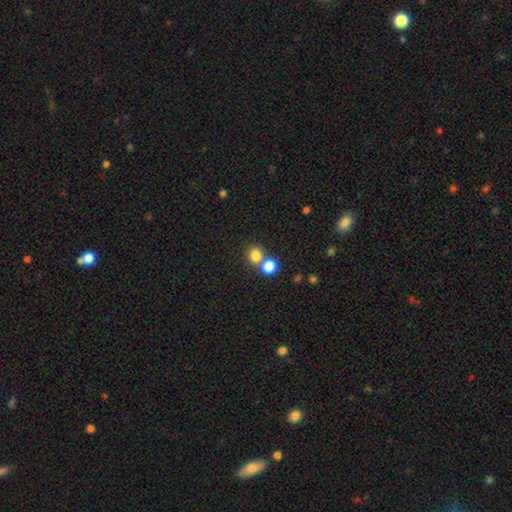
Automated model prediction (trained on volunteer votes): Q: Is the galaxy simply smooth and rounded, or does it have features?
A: smooth — 80%.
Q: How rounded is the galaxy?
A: round — 81%.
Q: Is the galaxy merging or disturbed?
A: none — 53%.